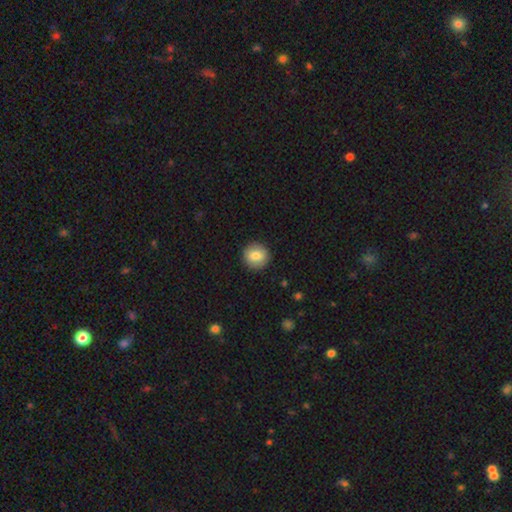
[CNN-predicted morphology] A smooth galaxy with no disk features (83%) that is round (92%).

Vote fractions:
- Smooth or featured? smooth: 83% / featured or disk: 9% / star or artifact: 8%
- How rounded? round: 92% / in between: 7% / cigar-shaped: 1%
- Merging? none: 92% / minor disturbance: 6% / major disturbance: 2% / merger: 1%